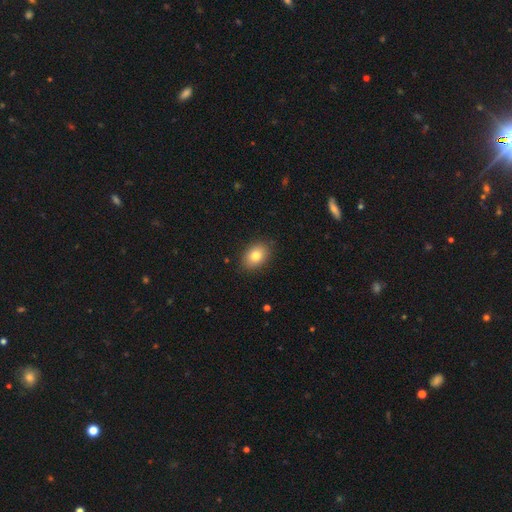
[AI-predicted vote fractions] Smooth or featured?
  - smooth: 81% *
  - featured or disk: 10%
  - star or artifact: 9%
How rounded?
  - in between: 77% *
  - round: 22%
  - cigar-shaped: 1%
Merging?
  - none: 88% *
  - minor disturbance: 9%
  - major disturbance: 2%
  - merger: 1%